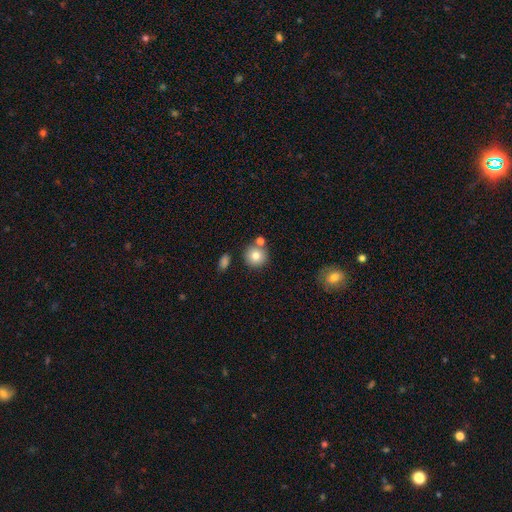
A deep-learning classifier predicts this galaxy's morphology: A smooth galaxy with no disk features (78%) that is round (92%).

Vote fractions:
- Smooth or featured? smooth: 78% / featured or disk: 12% / star or artifact: 10%
- How rounded? round: 92% / in between: 7% / cigar-shaped: 1%
- Merging? none: 72% / merger: 16% / minor disturbance: 9% / major disturbance: 3%